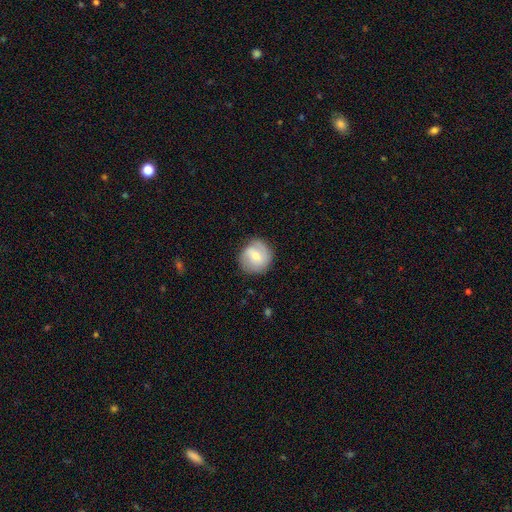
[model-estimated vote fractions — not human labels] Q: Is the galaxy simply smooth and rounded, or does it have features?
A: smooth — 54%.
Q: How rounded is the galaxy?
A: round — 91%.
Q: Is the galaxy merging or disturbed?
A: none — 81%.